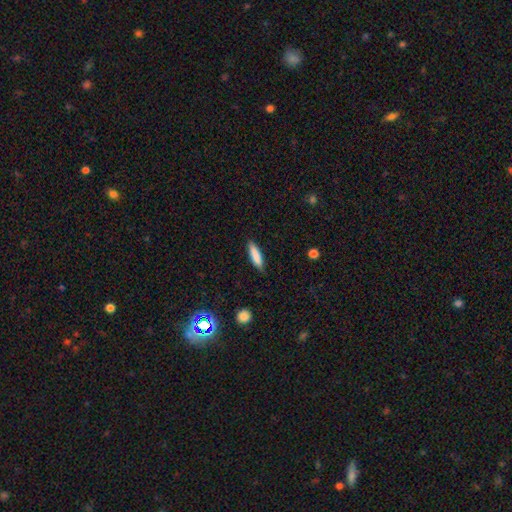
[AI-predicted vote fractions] Smooth or featured? smooth (84%)
How rounded? cigar-shaped (75%)
Merging? none (87%)